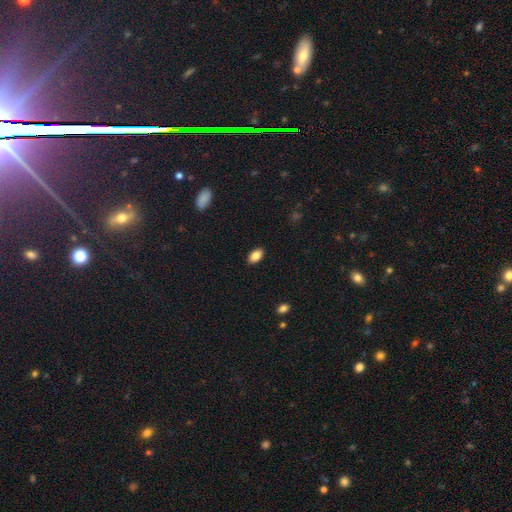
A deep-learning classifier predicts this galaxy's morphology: This is clearly a smooth galaxy (85%). How rounded: clearly in between (92%). Merging: clearly none (89%).